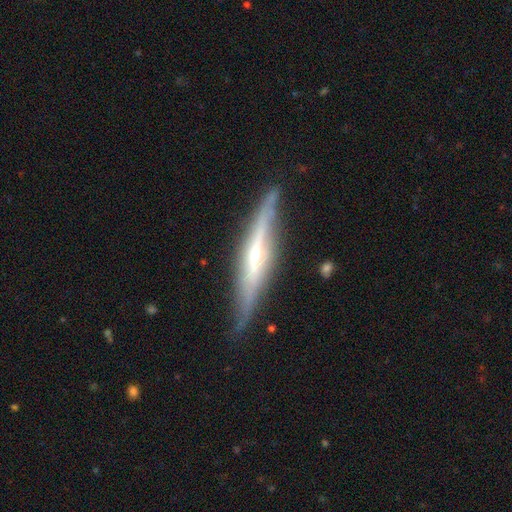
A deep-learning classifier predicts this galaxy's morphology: Smooth or featured?
  - featured or disk: 79% *
  - smooth: 16%
  - star or artifact: 5%
Edge-on disk?
  - yes: 94% *
  - no: 6%
Edge-on bulge?
  - rounded: 70% *
  - none: 19%
  - boxy: 11%
Merging?
  - none: 79% *
  - minor disturbance: 16%
  - major disturbance: 3%
  - merger: 2%